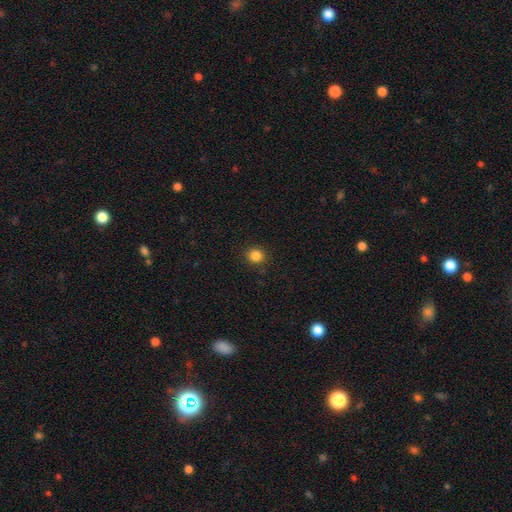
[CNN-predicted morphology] A smooth galaxy with no disk features (85%) that is round (87%).

Vote fractions:
- Smooth or featured? smooth: 85% / star or artifact: 11% / featured or disk: 4%
- How rounded? round: 87% / in between: 12% / cigar-shaped: 1%
- Merging? none: 90% / minor disturbance: 7% / major disturbance: 2% / merger: 1%